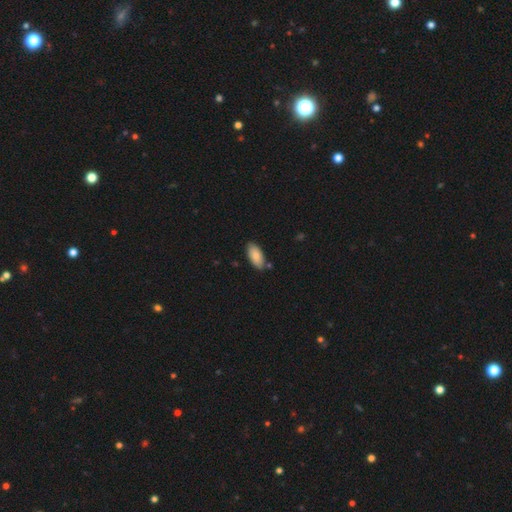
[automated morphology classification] smooth-or-featured: smooth: 85% | featured or disk: 9% | star or artifact: 6%
  how-rounded: in between: 92% | cigar-shaped: 6% | round: 2%
  merging: none: 81% | minor disturbance: 13% | merger: 3% | major disturbance: 2%